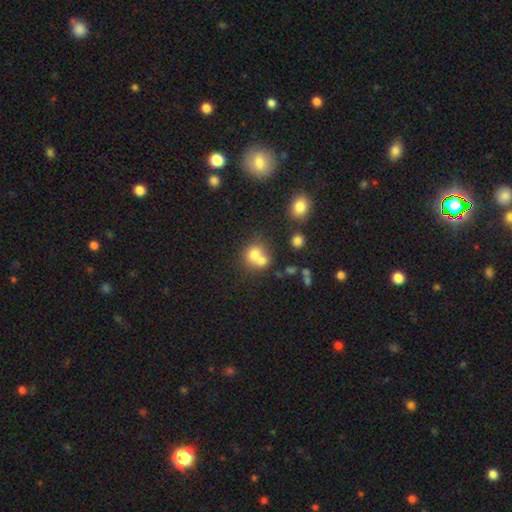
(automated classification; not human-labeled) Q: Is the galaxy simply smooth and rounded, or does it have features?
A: smooth — 71%.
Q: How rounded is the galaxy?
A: round — 75%.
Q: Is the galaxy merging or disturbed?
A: merger — 58%.